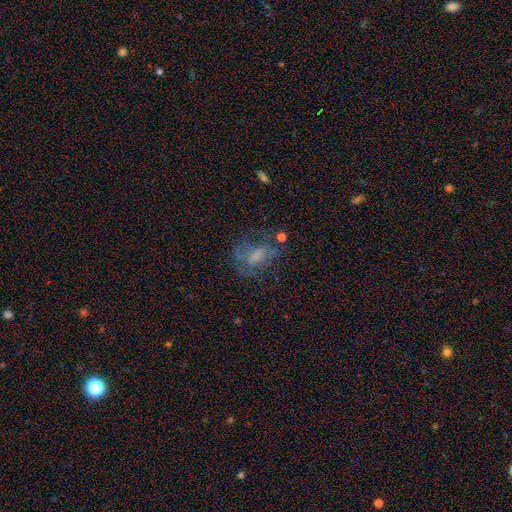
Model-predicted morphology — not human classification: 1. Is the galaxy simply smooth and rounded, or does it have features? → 41% smooth, 40% featured or disk, 19% star or artifact.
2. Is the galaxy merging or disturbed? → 49% none, 25% major disturbance, 21% minor disturbance, 5% merger.